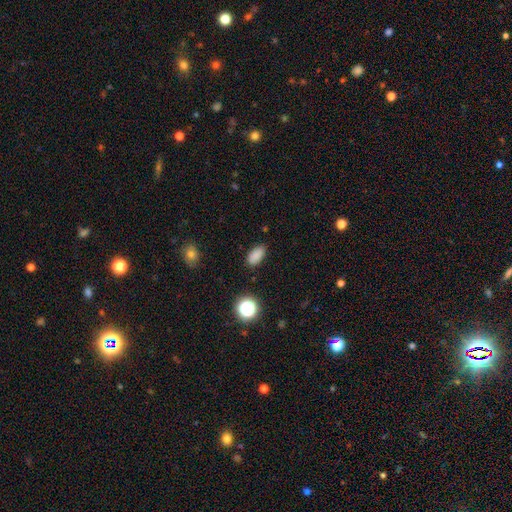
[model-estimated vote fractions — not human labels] A smooth galaxy with no disk features (84%) that is in between round and cigar-shaped (91%).

Vote fractions:
- Smooth or featured? smooth: 84% / star or artifact: 12% / featured or disk: 4%
- How rounded? in between: 91% / round: 6% / cigar-shaped: 3%
- Merging? none: 86% / minor disturbance: 10% / major disturbance: 3% / merger: 2%